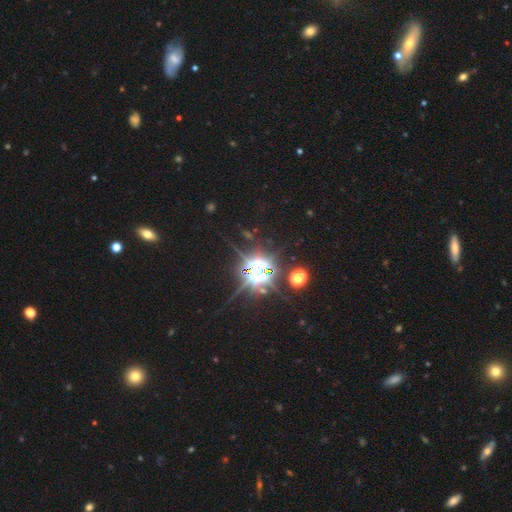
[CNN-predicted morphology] type=star or artifact (83%).